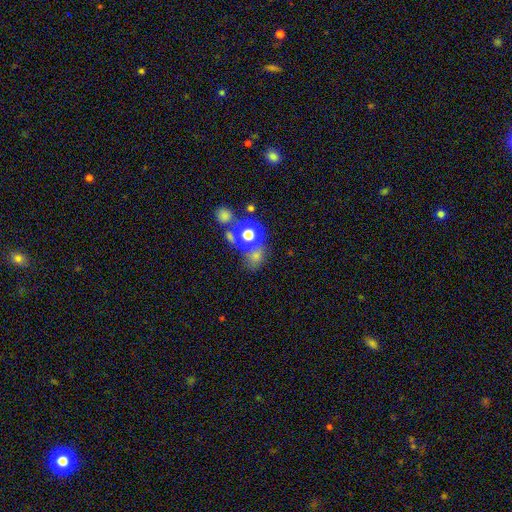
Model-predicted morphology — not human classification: smooth 62%, star or artifact 27%, featured or disk 12%. Down the decision tree: how rounded — round (76%); merging — none (51%).